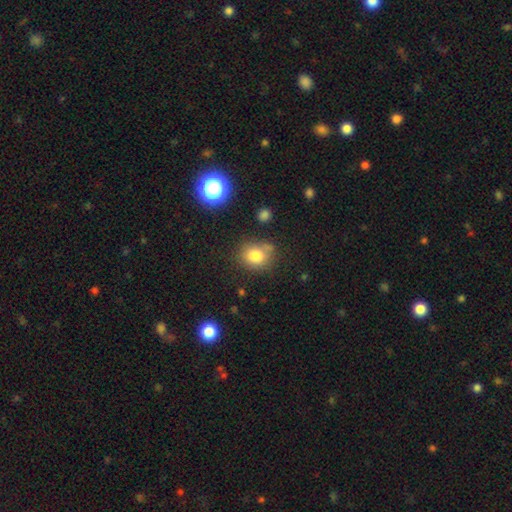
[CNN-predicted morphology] A smooth galaxy with no disk features (80%) that is round (72%). Merging: none (70%).